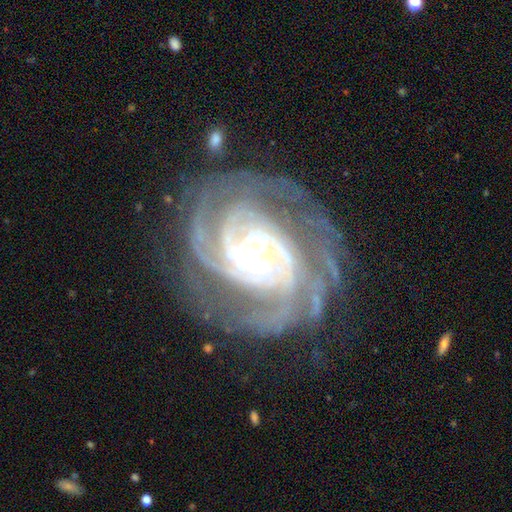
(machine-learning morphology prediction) Q: Smooth or featured?
A: featured or disk (93%); runner-up: star or artifact (5%)
Q: Edge-on disk?
A: no (98%); runner-up: yes (2%)
Q: Bar?
A: no (50%); runner-up: weak (31%)
Q: Spiral arms?
A: yes (98%); runner-up: no (2%)
Q: Spiral winding?
A: tight (68%); runner-up: medium (28%)
Q: Spiral arm count?
A: 3 (29%); runner-up: 4 (21%)
Q: Bulge size?
A: moderate (62%); runner-up: small (22%)
Q: Merging?
A: none (71%); runner-up: minor disturbance (18%)